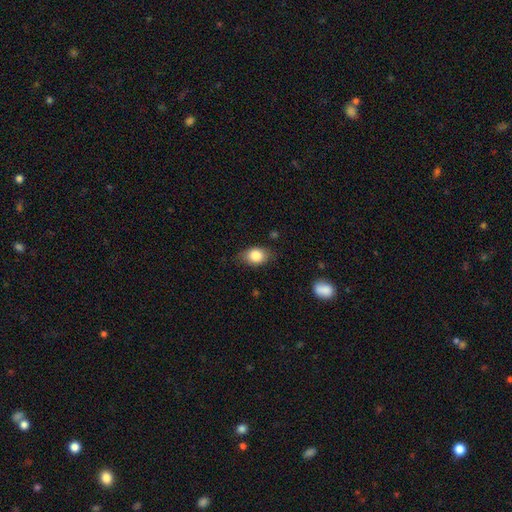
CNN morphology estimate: Smooth or featured?
  - smooth: 83% *
  - featured or disk: 9%
  - star or artifact: 8%
How rounded?
  - in between: 74% *
  - round: 24%
  - cigar-shaped: 2%
Merging?
  - none: 75% *
  - minor disturbance: 19%
  - major disturbance: 4%
  - merger: 1%